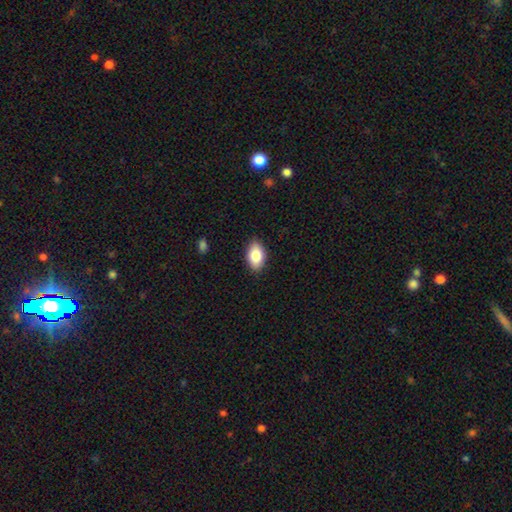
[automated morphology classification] A smooth galaxy with no disk features (82%) that is in between round and cigar-shaped (91%). Merging: none (88%).